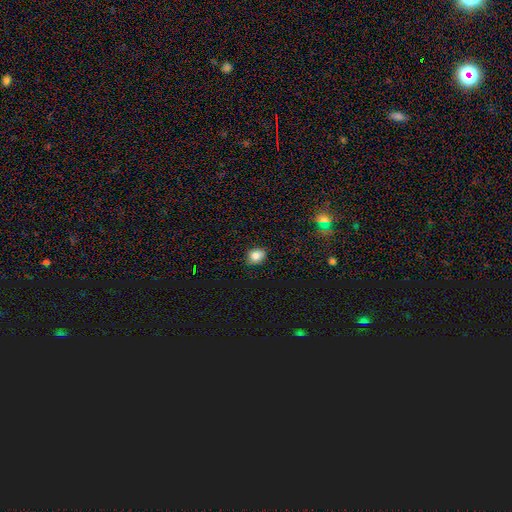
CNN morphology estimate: Q: Smooth or featured?
A: smooth (83%); runner-up: star or artifact (10%)
Q: How rounded?
A: in between (52%); runner-up: round (47%)
Q: Merging?
A: none (82%); runner-up: minor disturbance (14%)